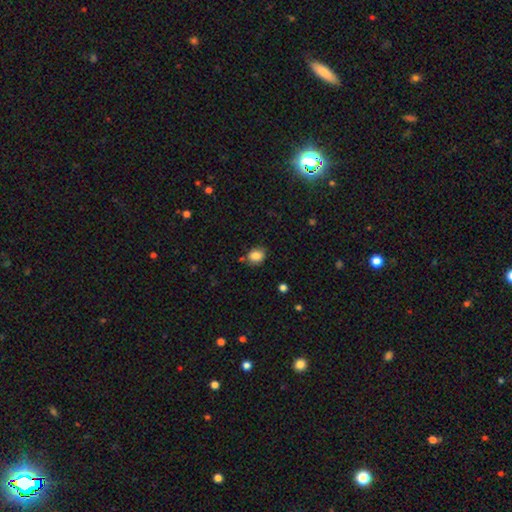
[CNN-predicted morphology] This appears to be a smooth galaxy with no disk features (84%) that is round (59%). Merging: none (73%).